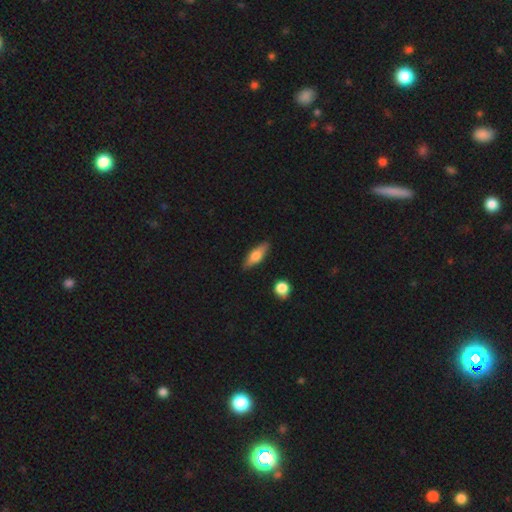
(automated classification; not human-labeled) Q: Smooth or featured?
A: smooth (60%); runner-up: featured or disk (33%)
Q: How rounded?
A: in between (56%); runner-up: cigar-shaped (40%)
Q: Merging?
A: none (84%); runner-up: minor disturbance (11%)